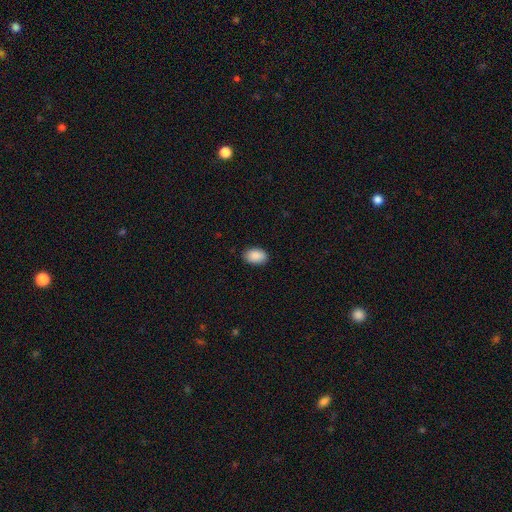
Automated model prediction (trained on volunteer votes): This is clearly a smooth galaxy (90%). How rounded: clearly in between (90%). Merging: clearly none (88%).